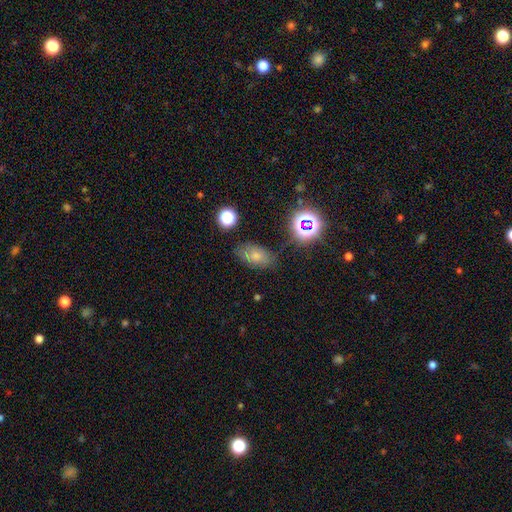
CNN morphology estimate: Smooth or featured: smooth — 63% (star or artifact — 20%)
How rounded: in between — 86% (round — 12%)
Merging: none — 66% (minor disturbance — 22%)